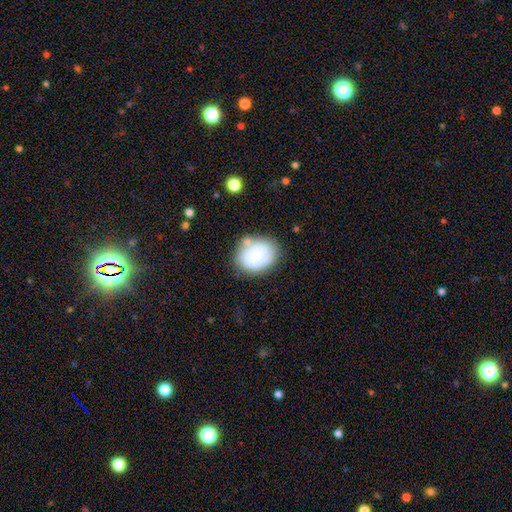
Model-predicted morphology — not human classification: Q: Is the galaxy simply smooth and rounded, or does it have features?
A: smooth — 69%.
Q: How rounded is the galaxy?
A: in between — 52%.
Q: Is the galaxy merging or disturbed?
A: none — 62%.